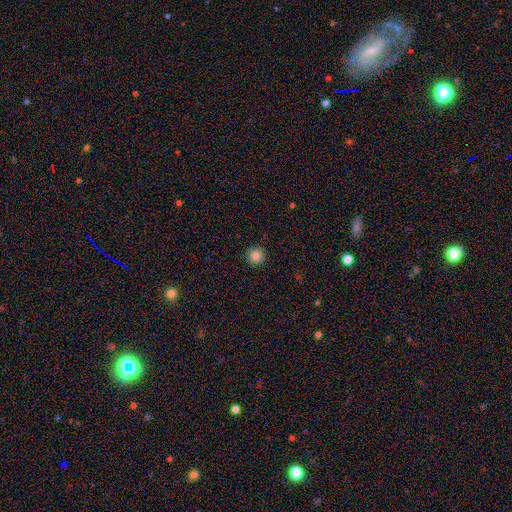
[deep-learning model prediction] smooth 84%, star or artifact 11%, featured or disk 5%. Down the decision tree: how rounded — round (96%); merging — none (92%).